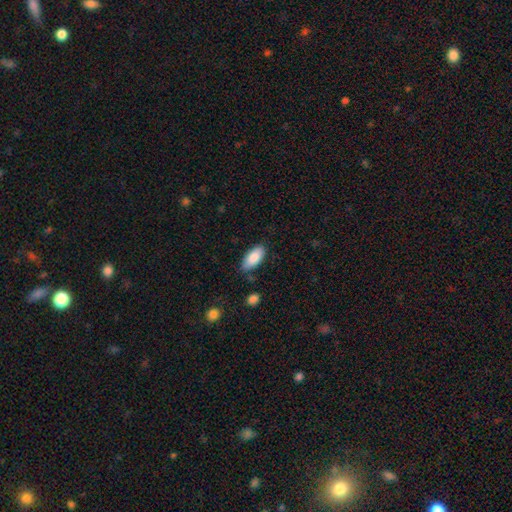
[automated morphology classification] Smooth or featured? Predicted: smooth (p=0.86). How rounded? Predicted: in between (p=0.89). Merging? Predicted: none (p=0.80).